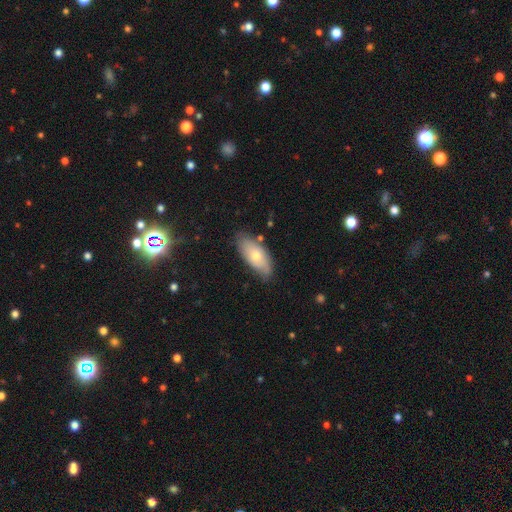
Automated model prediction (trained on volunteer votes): Morphology: type=smooth (59%); roundness=in between (85%); merging=none (74%).